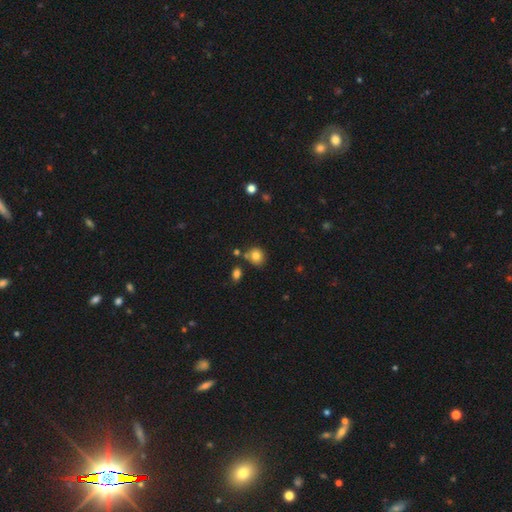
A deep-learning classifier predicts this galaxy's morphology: Overall: smooth (81%). How rounded: round (78%). Merging: none (72%).